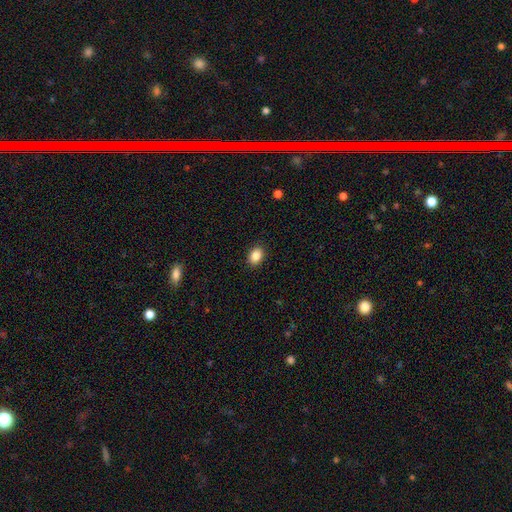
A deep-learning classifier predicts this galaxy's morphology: Smooth or featured: smooth — 87% (star or artifact — 9%)
How rounded: in between — 75% (round — 24%)
Merging: none — 89% (minor disturbance — 7%)